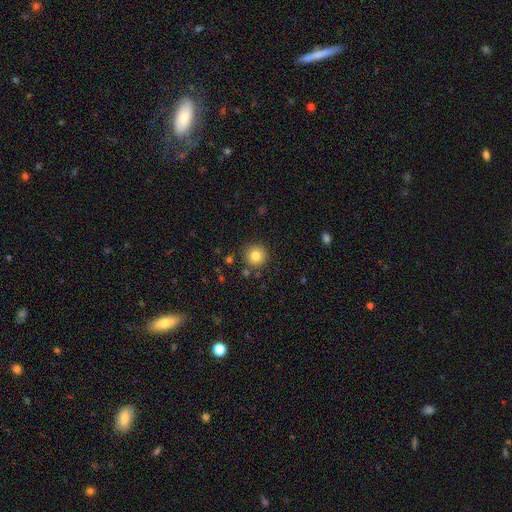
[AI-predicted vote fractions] smooth-or-featured: smooth: 82% | star or artifact: 11% | featured or disk: 7%
  how-rounded: round: 94% | in between: 5% | cigar-shaped: 1%
  merging: none: 87% | minor disturbance: 7% | merger: 3% | major disturbance: 2%